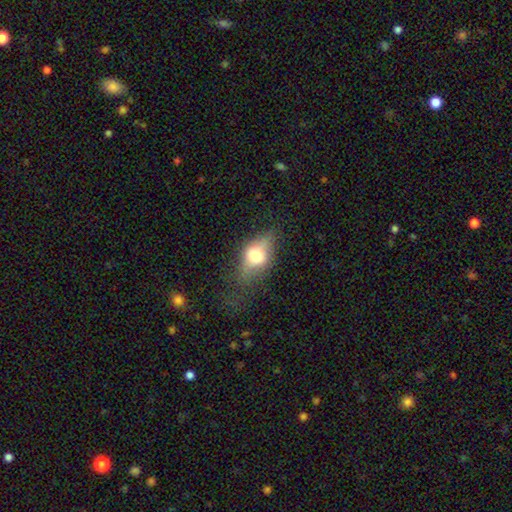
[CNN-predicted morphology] Smooth or featured? Predicted: smooth (p=0.67). How rounded? Predicted: in between (p=0.77). Merging? Predicted: none (p=0.50).